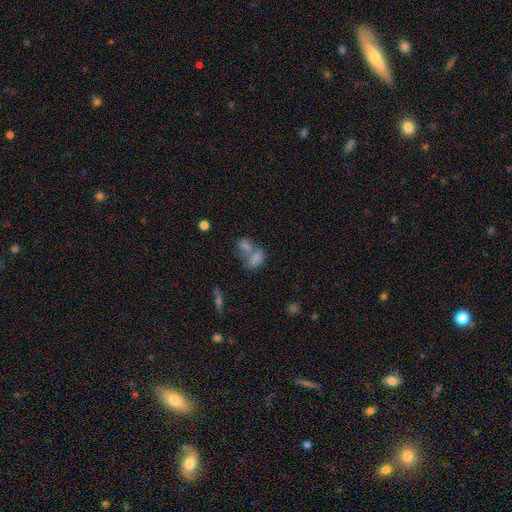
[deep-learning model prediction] Q: Smooth or featured?
A: smooth (73%); runner-up: featured or disk (15%)
Q: How rounded?
A: in between (81%); runner-up: round (16%)
Q: Merging?
A: merger (63%); runner-up: none (23%)